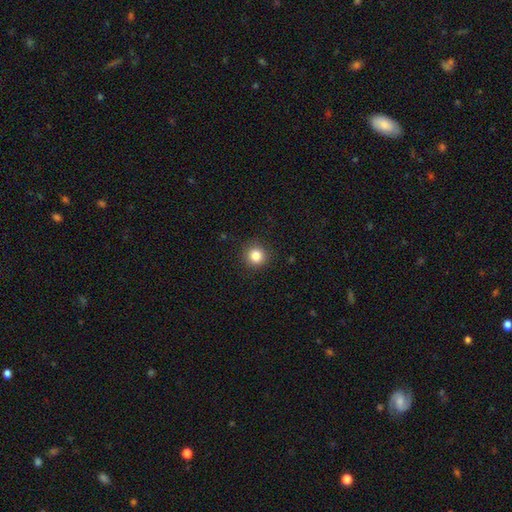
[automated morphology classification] Smooth or featured: smooth — 84% (star or artifact — 11%)
How rounded: round — 93% (in between — 6%)
Merging: none — 91% (minor disturbance — 6%)